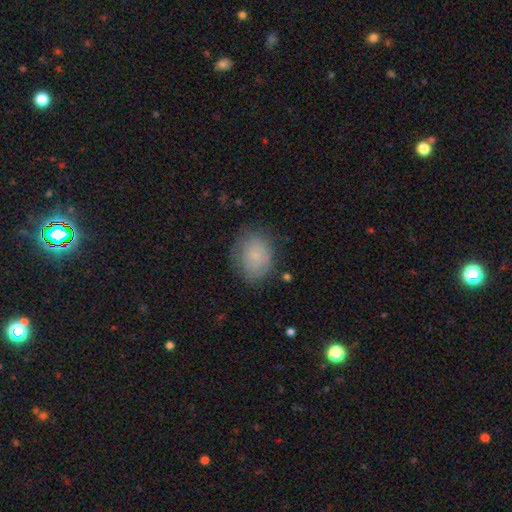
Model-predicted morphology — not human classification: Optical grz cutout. It shows a smooth galaxy with no disk features (77%) that is round (50%). Merging: none (70%).